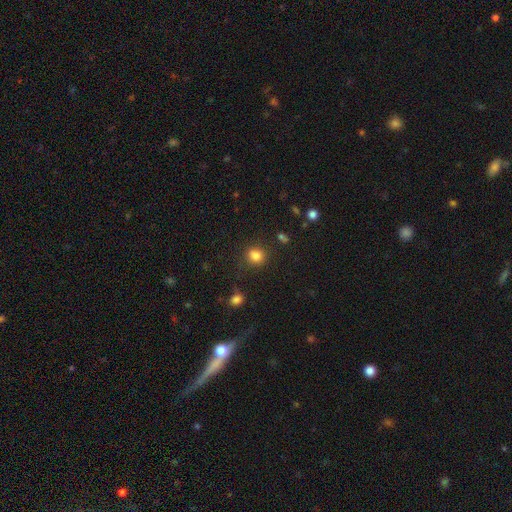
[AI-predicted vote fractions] smooth 82%, star or artifact 12%, featured or disk 5%. Down the decision tree: how rounded — round (76%); merging — none (82%).